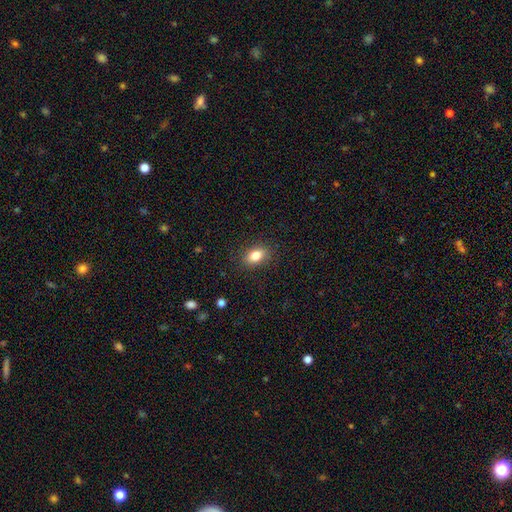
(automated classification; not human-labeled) Morphology: type=smooth (83%); roundness=in between (82%); merging=none (87%).